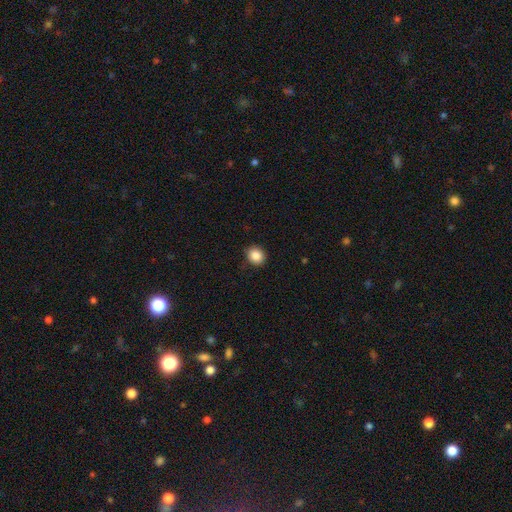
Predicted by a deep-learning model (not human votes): smooth_or_featured: smooth (p=0.87) [alt: star or artifact p=0.09]
how_rounded: round (p=0.71) [alt: in between p=0.28]
merging: none (p=0.88) [alt: minor disturbance p=0.09]